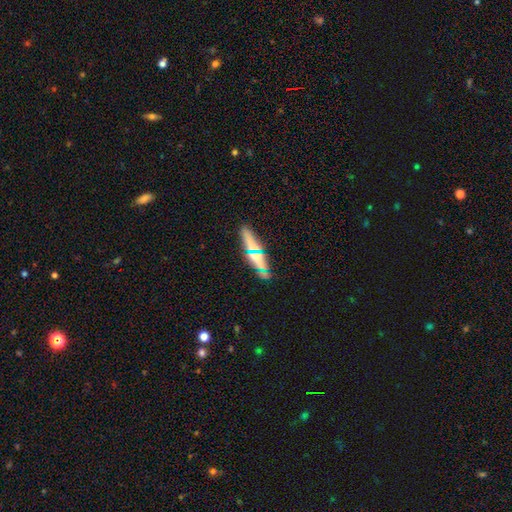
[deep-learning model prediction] smooth_or_featured: smooth (p=0.56) [alt: featured or disk p=0.29]
how_rounded: cigar-shaped (p=0.49) [alt: in between p=0.45]
merging: none (p=0.81) [alt: minor disturbance p=0.11]